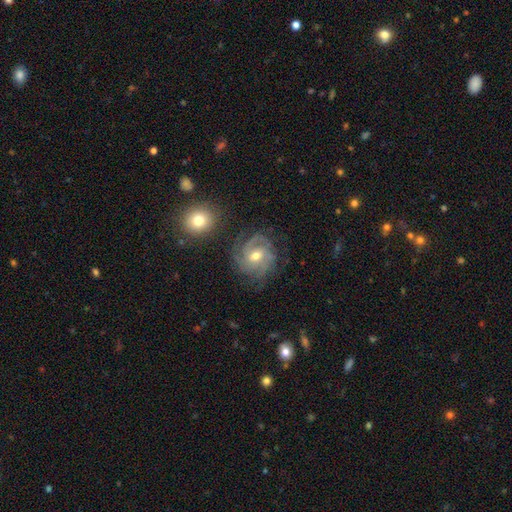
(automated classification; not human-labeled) Q: Smooth or featured?
A: featured or disk (83%); runner-up: smooth (10%)
Q: Edge-on disk?
A: no (98%); runner-up: yes (2%)
Q: Bar?
A: no (45%); tied with: weak (45%)
Q: Spiral arms?
A: yes (96%); runner-up: no (4%)
Q: Spiral winding?
A: tight (60%); runner-up: medium (33%)
Q: Spiral arm count?
A: 3 (43%); runner-up: can't tell (19%)
Q: Bulge size?
A: moderate (66%); runner-up: small (29%)
Q: Merging?
A: none (75%); runner-up: minor disturbance (15%)